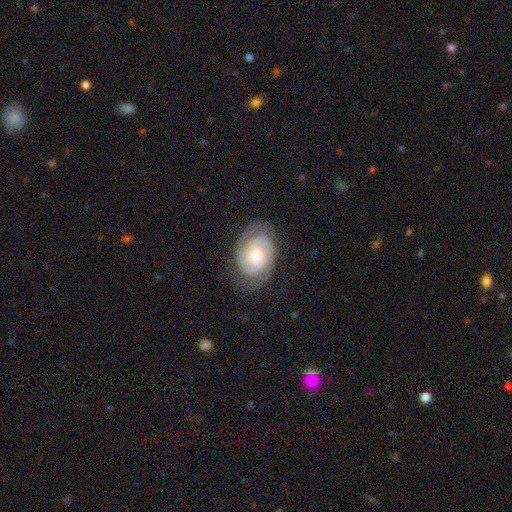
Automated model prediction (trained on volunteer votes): smooth-or-featured: featured or disk: 69% | smooth: 25% | star or artifact: 6%
  disk-edge-on: no: 97% | yes: 3%
    bar: no: 59% | weak: 34% | strong: 7%
    has-spiral-arms: yes: 89% | no: 11%
      spiral-winding: tight: 57% | medium: 33% | loose: 10%
      spiral-arm-count: 2: 73% | can't tell: 16% | 1: 4% | 3: 3% | 4: 1% | more than 4: 1%
    bulge-size: moderate: 55% | small: 32% | large: 9% | none: 3% | dominant: 2%
  merging: none: 72% | minor disturbance: 18% | major disturbance: 9% | merger: 1%